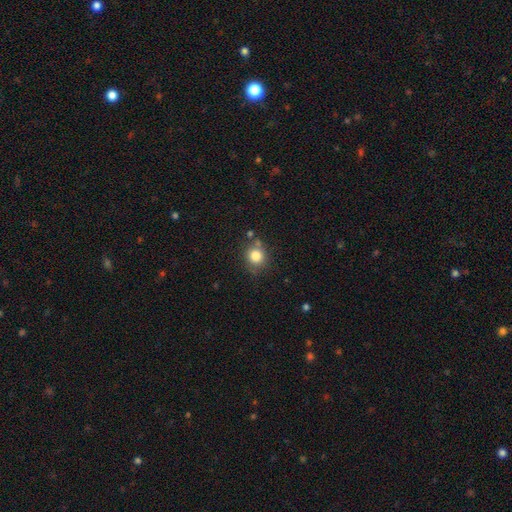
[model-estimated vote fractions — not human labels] A smooth galaxy with no disk features (81%) that is round (82%).

Vote fractions:
- Smooth or featured? smooth: 81% / star or artifact: 11% / featured or disk: 8%
- How rounded? round: 82% / in between: 17% / cigar-shaped: 1%
- Merging? none: 71% / minor disturbance: 16% / merger: 9% / major disturbance: 4%